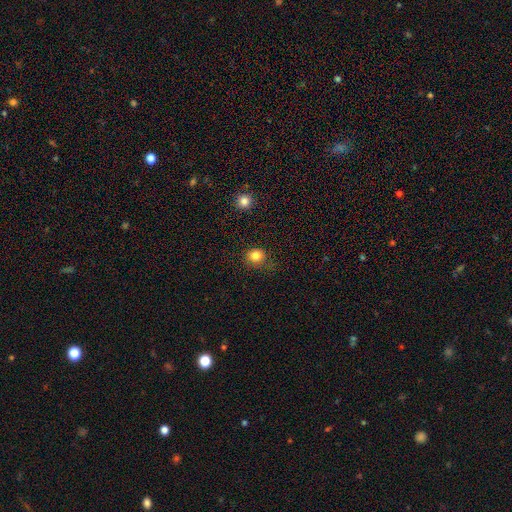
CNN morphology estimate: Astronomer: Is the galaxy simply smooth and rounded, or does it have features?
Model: smooth — 83%.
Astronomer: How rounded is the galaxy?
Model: round — 83%.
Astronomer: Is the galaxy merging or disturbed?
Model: none — 75%.